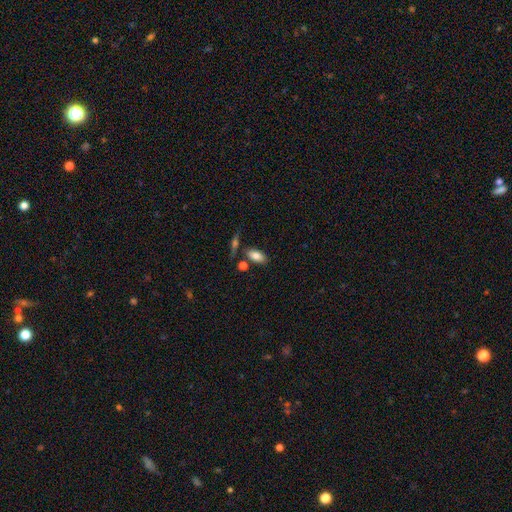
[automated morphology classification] Q: Smooth or featured?
A: smooth (82%); runner-up: featured or disk (10%)
Q: How rounded?
A: in between (91%); runner-up: cigar-shaped (5%)
Q: Merging?
A: none (68%); runner-up: merger (14%)